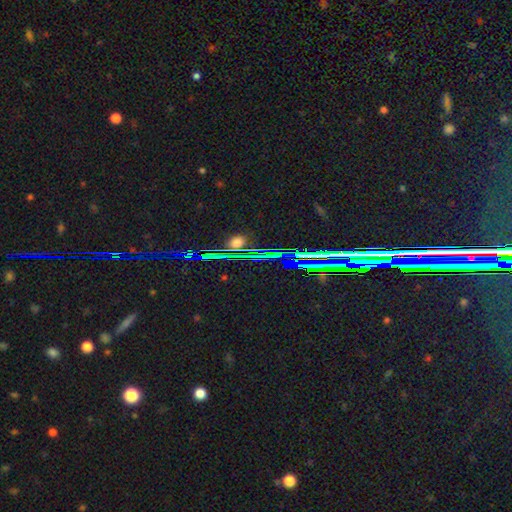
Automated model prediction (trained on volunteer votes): A star or artifact, not a galaxy (82%).